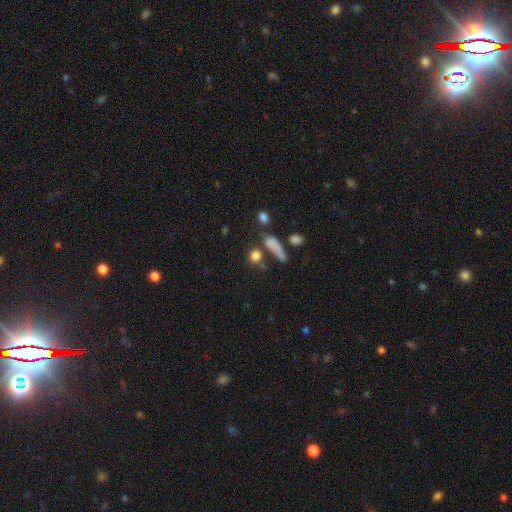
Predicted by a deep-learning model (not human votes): Morphology: type=smooth (78%); roundness=round (62%); merging=none (51%).